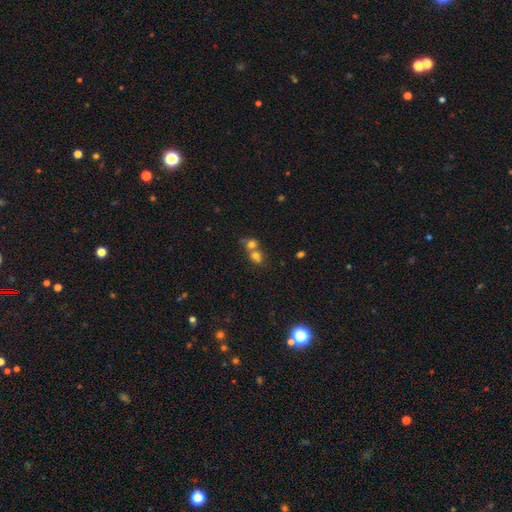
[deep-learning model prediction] This is likely a smooth galaxy (70%). How rounded: likely round (69%). Merging: likely merger (66%).